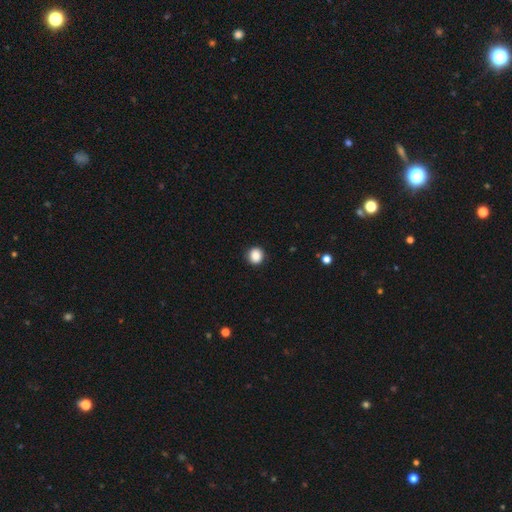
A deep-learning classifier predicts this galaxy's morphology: Q: Smooth or featured?
A: smooth (87%); runner-up: star or artifact (9%)
Q: How rounded?
A: round (86%); runner-up: in between (13%)
Q: Merging?
A: none (91%); runner-up: minor disturbance (7%)